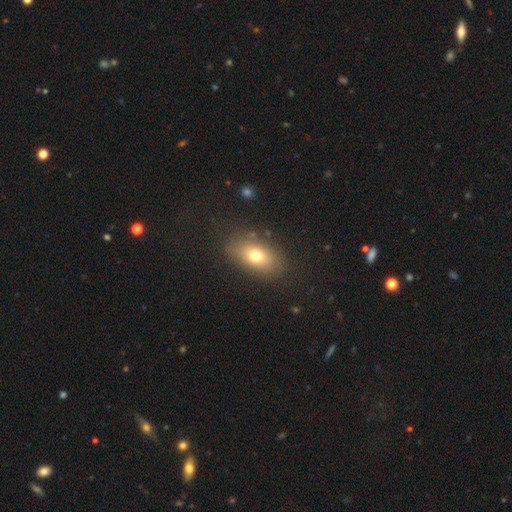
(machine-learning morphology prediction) The model was most divided on "smooth or featured": smooth: 71%, featured or disk: 17%, star or artifact: 11%. More confident: how rounded — in between (83%); merging — none (82%).